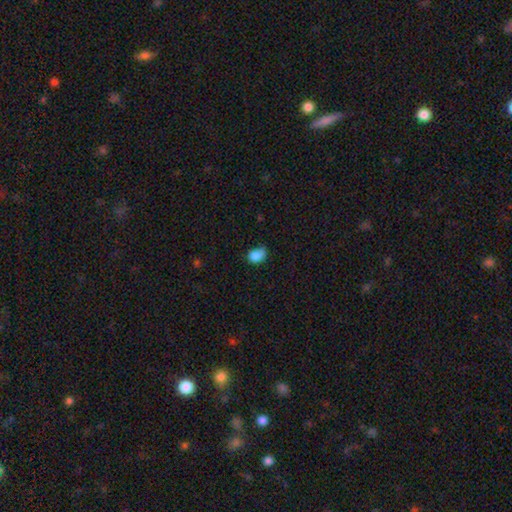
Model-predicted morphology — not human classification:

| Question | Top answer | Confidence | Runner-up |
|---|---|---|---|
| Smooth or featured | smooth | 81% | featured or disk (10%) |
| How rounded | in between | 66% | round (33%) |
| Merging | minor disturbance | 39% | none (37%) |